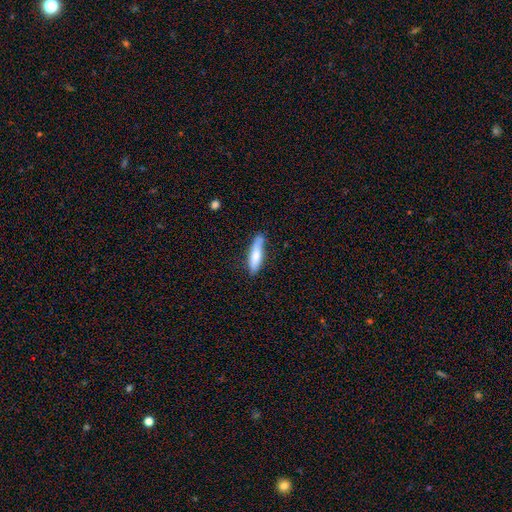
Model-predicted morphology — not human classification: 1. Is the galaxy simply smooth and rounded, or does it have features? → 77% smooth, 17% featured or disk, 6% star or artifact.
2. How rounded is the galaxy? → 73% cigar-shaped, 26% in between, 1% round.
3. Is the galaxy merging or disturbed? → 72% none, 21% minor disturbance, 4% major disturbance, 3% merger.